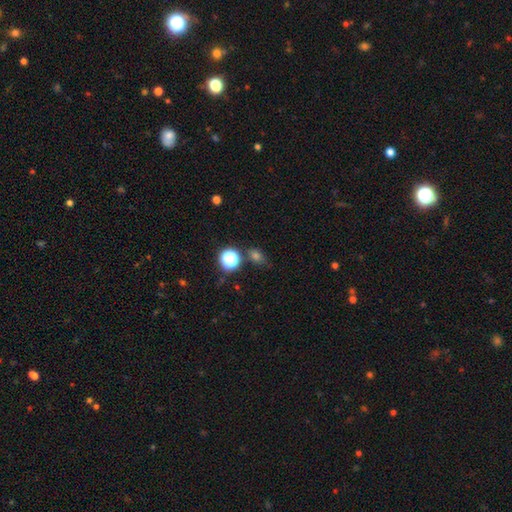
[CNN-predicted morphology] A smooth galaxy with no disk features (59%) that is round (52%).

Vote fractions:
- Smooth or featured? smooth: 59% / star or artifact: 33% / featured or disk: 8%
- How rounded? round: 52% / in between: 46% / cigar-shaped: 3%
- Merging? none: 74% / minor disturbance: 14% / merger: 7% / major disturbance: 5%